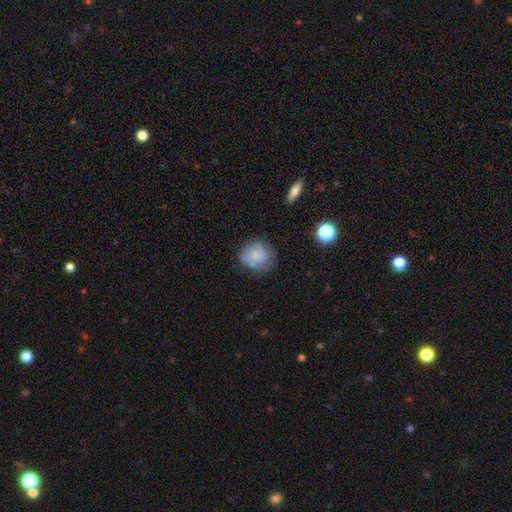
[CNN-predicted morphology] This is likely a smooth galaxy (76%). How rounded: clearly round (84%). Merging: likely none (70%).